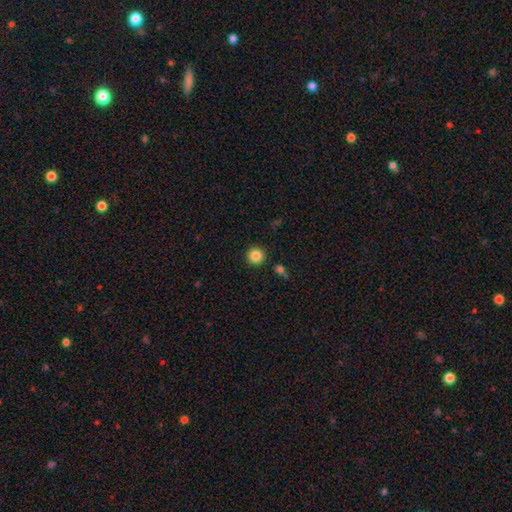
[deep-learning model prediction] smooth_or_featured: smooth (p=0.85) [alt: star or artifact p=0.10]
how_rounded: round (p=0.96) [alt: in between p=0.04]
merging: none (p=0.91) [alt: minor disturbance p=0.05]